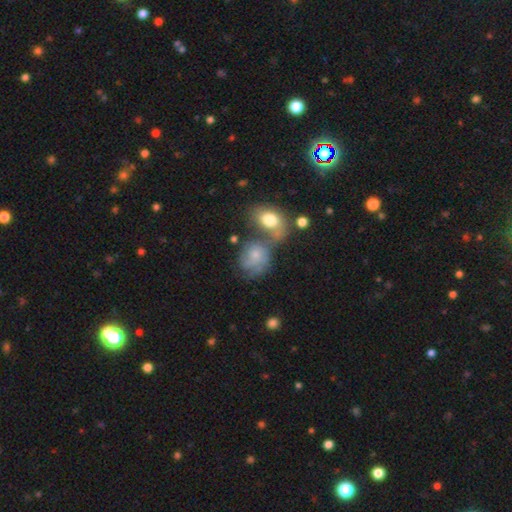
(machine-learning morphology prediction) Smooth or featured: smooth — 48% (featured or disk — 42%)
Merging: merger — 36% (none — 31%)